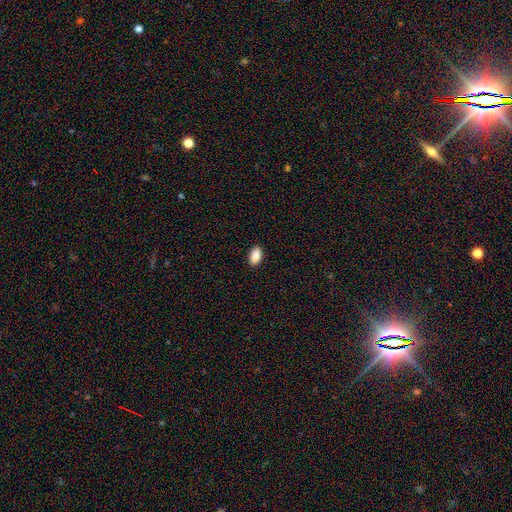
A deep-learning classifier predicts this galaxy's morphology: type=smooth (90%); roundness=in between (94%); merging=none (90%).